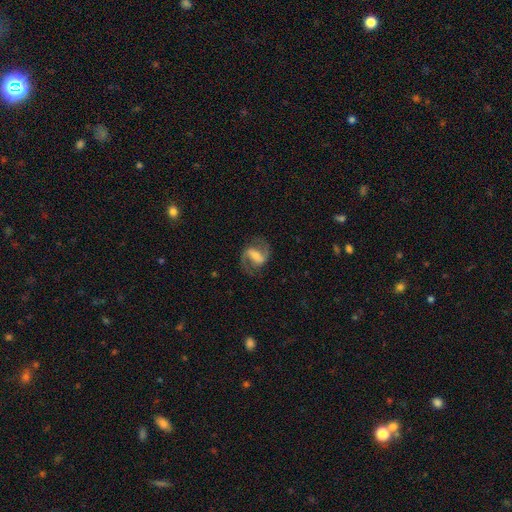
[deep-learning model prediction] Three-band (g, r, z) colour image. It shows a featured or disk galaxy (85%) with a strong bar (53%), 2 (92%) medium (56%) spiral arms (95%) and a moderate central bulge (34%). Merging: none (79%).